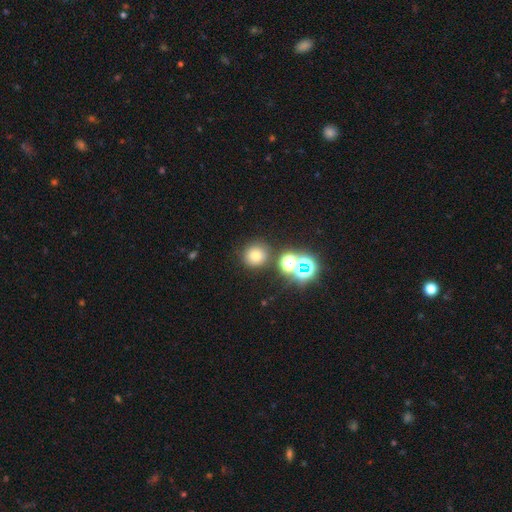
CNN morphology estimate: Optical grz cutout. It shows a smooth galaxy with no disk features (68%) that is round (91%). Merging: none (80%).